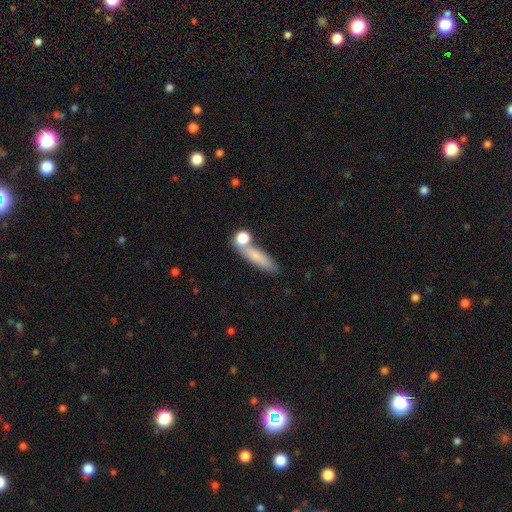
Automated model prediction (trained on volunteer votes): Morphology: type=smooth (76%); roundness=cigar-shaped (64%); merging=none (62%).